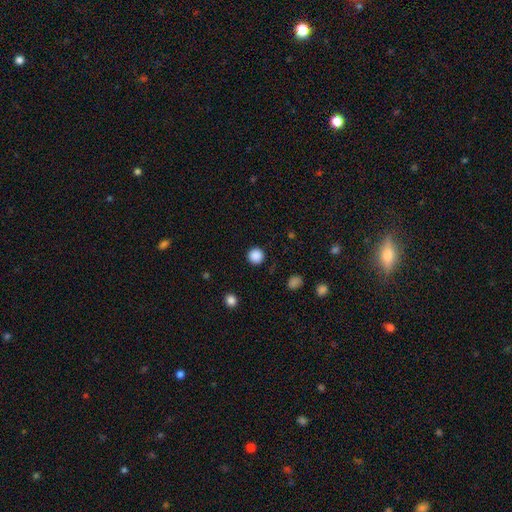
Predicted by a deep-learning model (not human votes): A smooth galaxy with no disk features (87%) that is round (95%). Merging: none (92%).